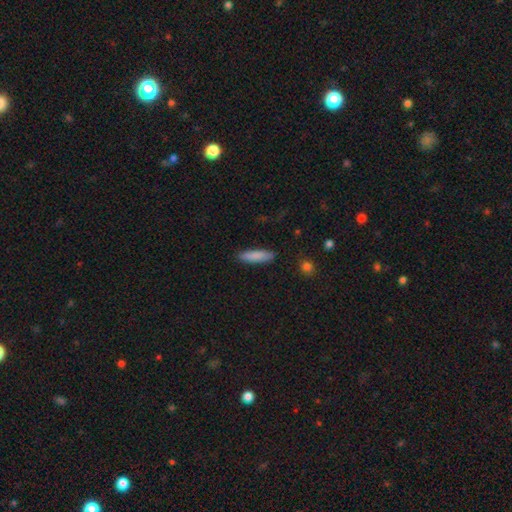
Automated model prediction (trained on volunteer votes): smooth 85%, featured or disk 8%, star or artifact 6%. Down the decision tree: how rounded — cigar-shaped (71%); merging — none (87%).